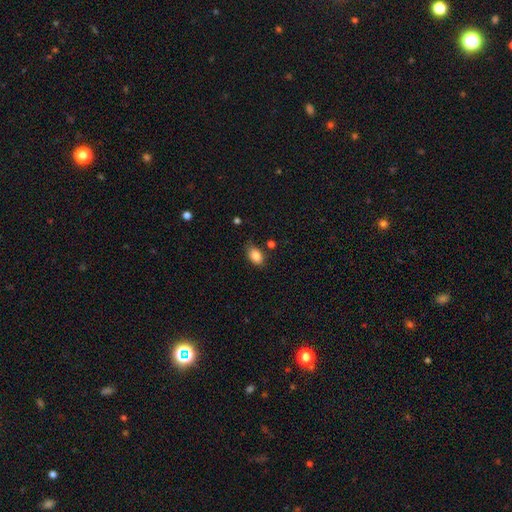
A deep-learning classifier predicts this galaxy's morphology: Smooth or featured? smooth (86%)
How rounded? in between (87%)
Merging? none (74%)